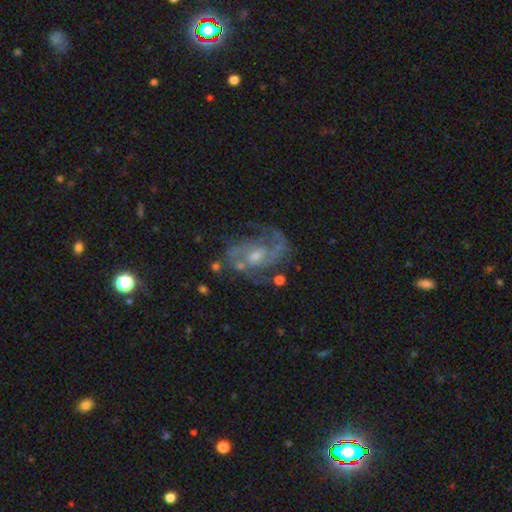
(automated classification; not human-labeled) This is likely a featured or disk galaxy (77%). It is clearly not viewed edge-on (96%). Bar: possibly no (57%). Spiral arm pattern: clearly yes (94%). Spiral arm count: possibly 2 (50%). Spiral winding: possibly medium (47%). Central bulge: possibly small (53%). Merging: likely none (69%).